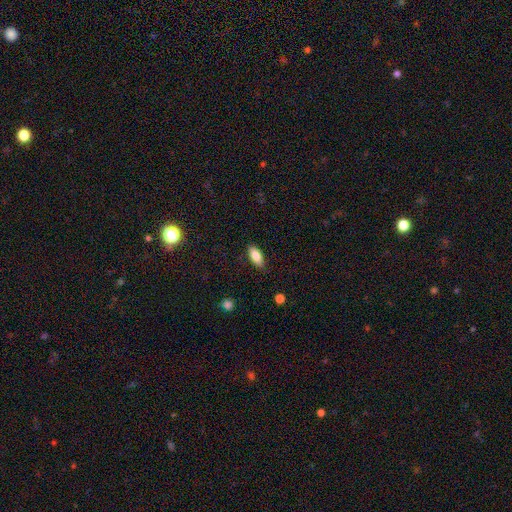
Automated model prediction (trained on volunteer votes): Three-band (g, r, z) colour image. It shows a smooth galaxy with no disk features (83%) that is in between round and cigar-shaped (82%). Merging: none (85%).